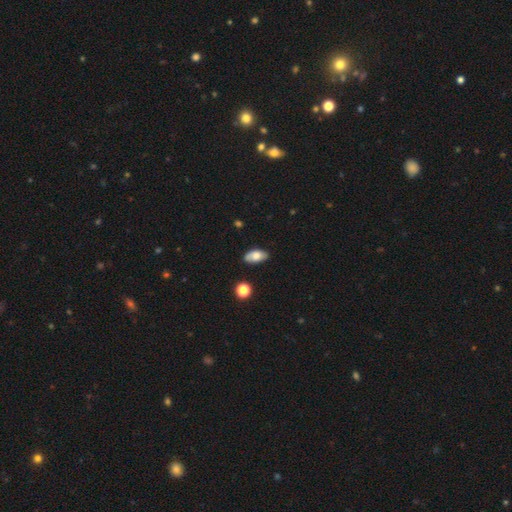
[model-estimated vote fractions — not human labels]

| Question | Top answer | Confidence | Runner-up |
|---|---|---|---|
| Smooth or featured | smooth | 75% | featured or disk (17%) |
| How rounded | in between | 92% | cigar-shaped (4%) |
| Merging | none | 78% | minor disturbance (16%) |